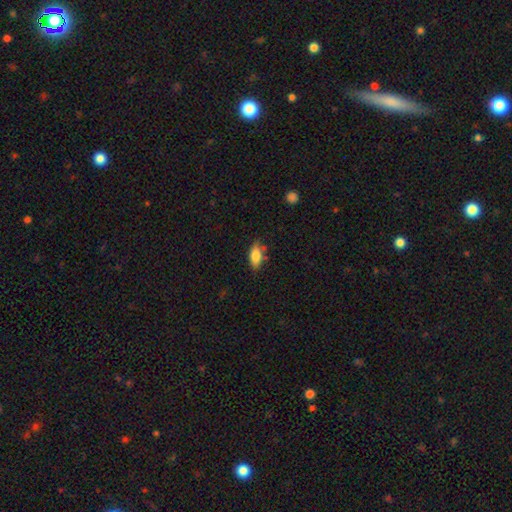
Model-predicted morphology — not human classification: This appears to be a smooth galaxy with no disk features (80%) that is in between round and cigar-shaped (86%). Merging: none (67%).